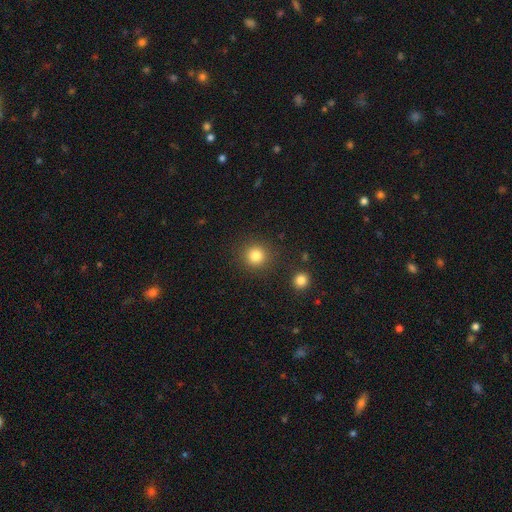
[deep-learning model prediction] Q: Smooth or featured?
A: smooth (82%); runner-up: star or artifact (12%)
Q: How rounded?
A: round (93%); runner-up: in between (6%)
Q: Merging?
A: none (88%); runner-up: minor disturbance (7%)